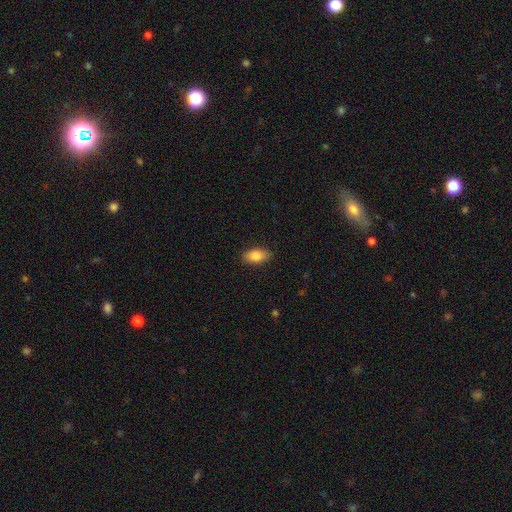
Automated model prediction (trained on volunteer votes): This is clearly a smooth galaxy (86%). How rounded: clearly in between (91%). Merging: clearly none (87%).